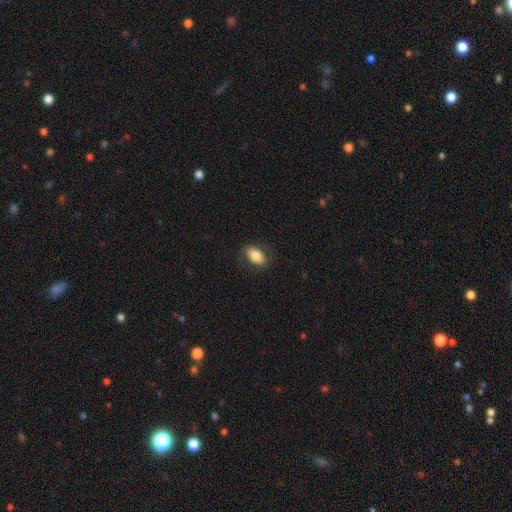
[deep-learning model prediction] Morphology: type=smooth (82%); roundness=in between (90%); merging=none (80%).